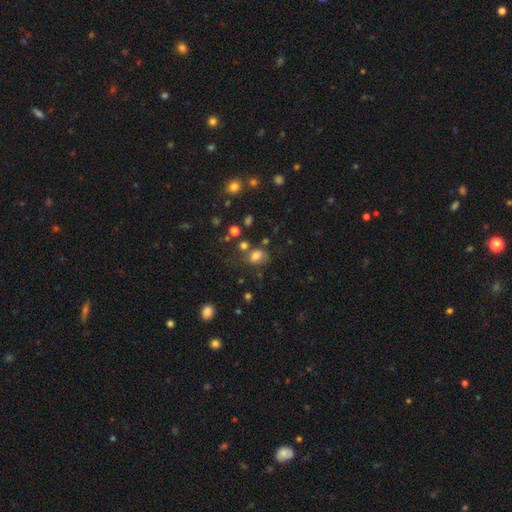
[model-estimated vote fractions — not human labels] Q: Smooth or featured?
A: smooth (74%); runner-up: star or artifact (15%)
Q: How rounded?
A: in between (56%); runner-up: round (43%)
Q: Merging?
A: none (55%); runner-up: minor disturbance (21%)